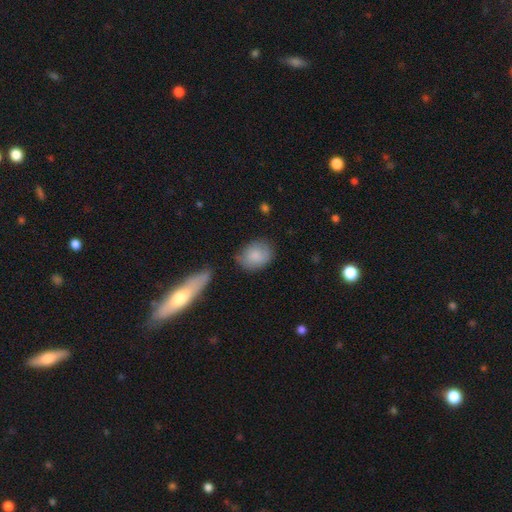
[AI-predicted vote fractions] Smooth or featured? smooth (83%)
How rounded? in between (53%)
Merging? none (70%)